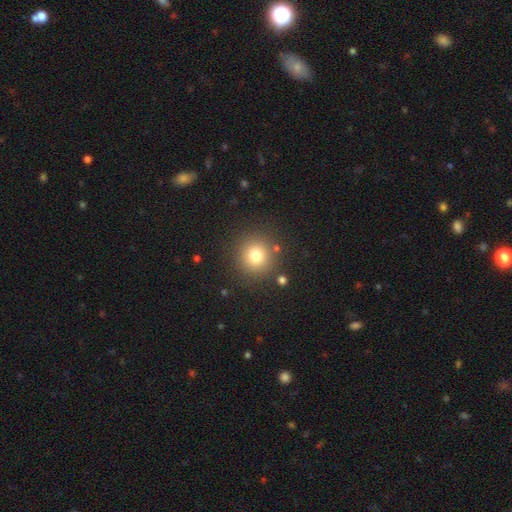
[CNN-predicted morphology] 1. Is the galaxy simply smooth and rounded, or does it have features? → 77% smooth, 14% star or artifact, 9% featured or disk.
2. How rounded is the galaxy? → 93% round, 6% in between, 1% cigar-shaped.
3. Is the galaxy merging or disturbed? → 87% none, 7% minor disturbance, 3% major disturbance, 3% merger.